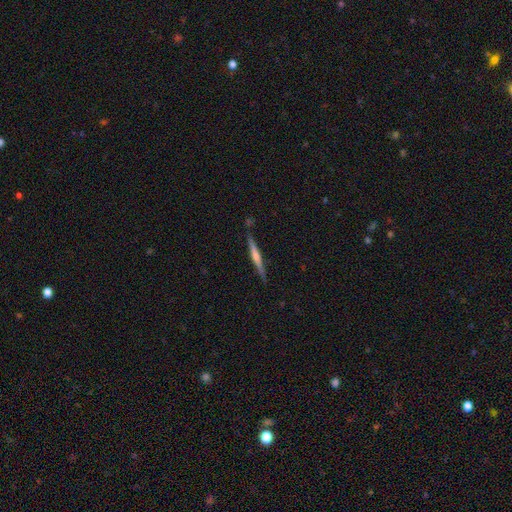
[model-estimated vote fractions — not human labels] This appears to be a featured or disk galaxy (69%) viewed edge-on (98%) with a rounded central bulge (64%). Merging: none (88%).